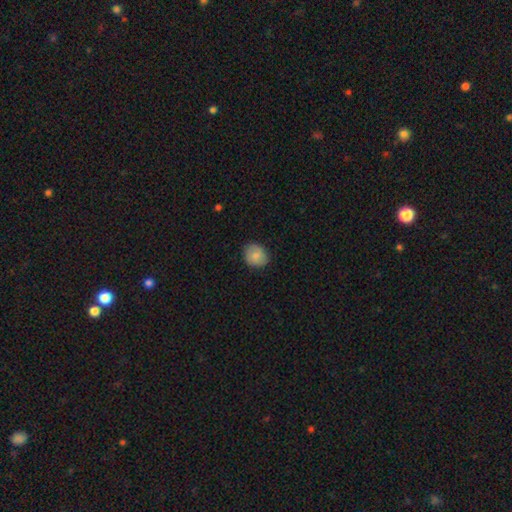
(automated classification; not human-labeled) A smooth galaxy with no disk features (80%) that is round (71%).

Vote fractions:
- Smooth or featured? smooth: 80% / featured or disk: 13% / star or artifact: 7%
- How rounded? round: 71% / in between: 28% / cigar-shaped: 1%
- Merging? none: 81% / minor disturbance: 15% / major disturbance: 3% / merger: 1%